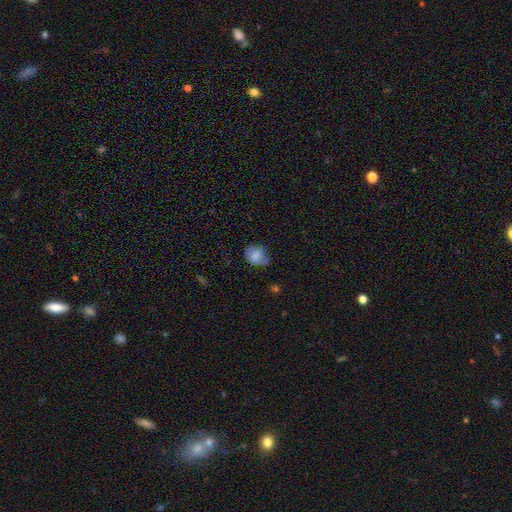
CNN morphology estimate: Smooth or featured?
  - smooth: 75% *
  - featured or disk: 16%
  - star or artifact: 9%
How rounded?
  - round: 56% *
  - in between: 43%
  - cigar-shaped: 1%
Merging?
  - none: 49% *
  - minor disturbance: 35%
  - major disturbance: 13%
  - merger: 3%